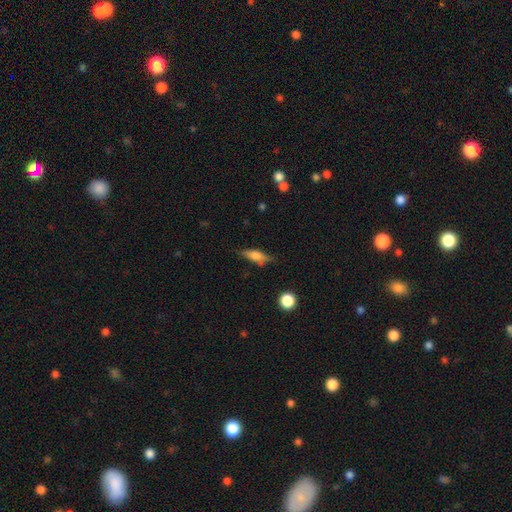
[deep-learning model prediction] A smooth galaxy with no disk features (64%) that is in between round and cigar-shaped (57%).

Vote fractions:
- Smooth or featured? smooth: 64% / featured or disk: 28% / star or artifact: 8%
- How rounded? in between: 57% / cigar-shaped: 39% / round: 4%
- Merging? none: 69% / minor disturbance: 22% / major disturbance: 5% / merger: 3%